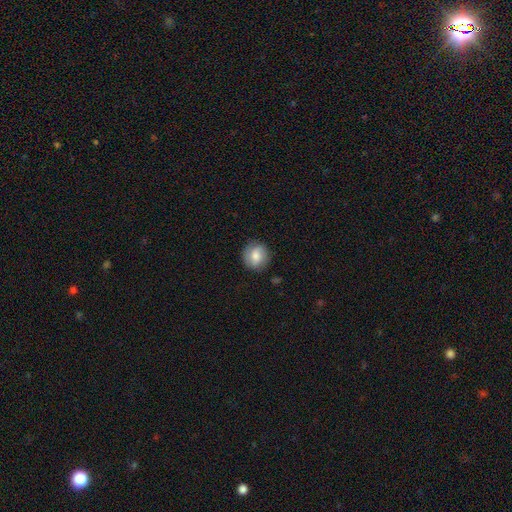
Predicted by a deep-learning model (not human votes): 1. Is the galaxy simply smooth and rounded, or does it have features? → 74% smooth, 18% featured or disk, 8% star or artifact.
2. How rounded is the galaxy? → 83% round, 16% in between, 1% cigar-shaped.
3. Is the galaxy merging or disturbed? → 84% none, 12% minor disturbance, 3% major disturbance, 1% merger.